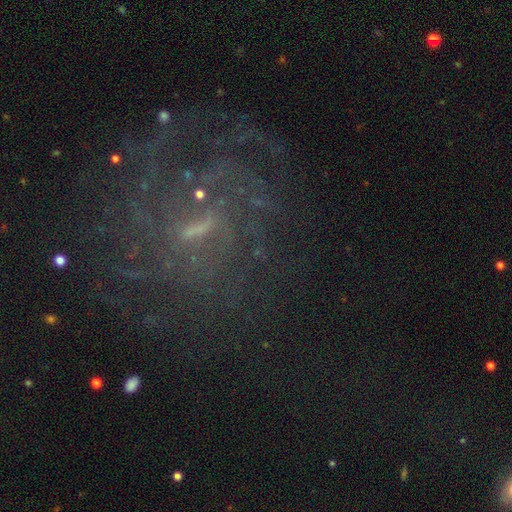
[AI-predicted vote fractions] Smooth or featured? Predicted: featured or disk (p=0.67). Edge-on disk? Predicted: no (p=0.95). Bar? Predicted: weak (p=0.48). Spiral arms? Predicted: yes (p=0.85). Spiral winding? Predicted: tight (p=0.48). Spiral arm count? Predicted: can't tell (p=0.46). Bulge size? Predicted: small (p=0.51). Merging? Predicted: none (p=0.65).